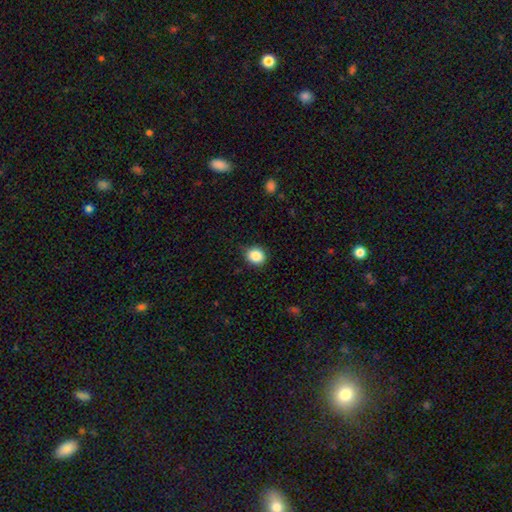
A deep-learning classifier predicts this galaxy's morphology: type=smooth (86%); roundness=round (72%); merging=none (83%).